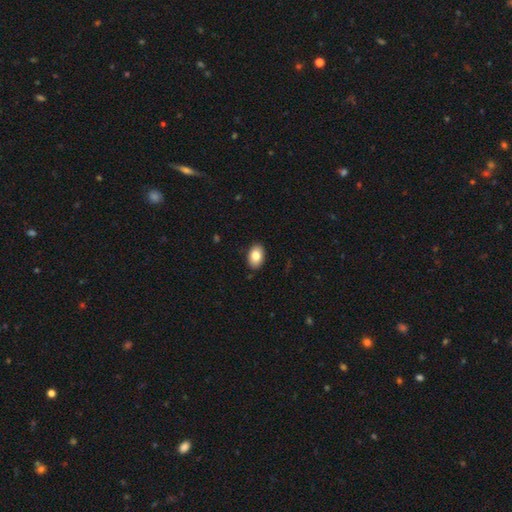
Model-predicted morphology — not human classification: Overall: smooth (82%). How rounded: in between (87%). Merging: none (89%).